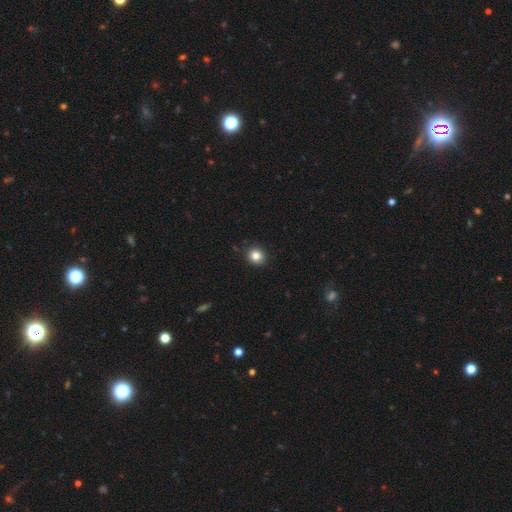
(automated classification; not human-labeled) Overall: smooth (83%). How rounded: round (89%). Merging: none (90%).